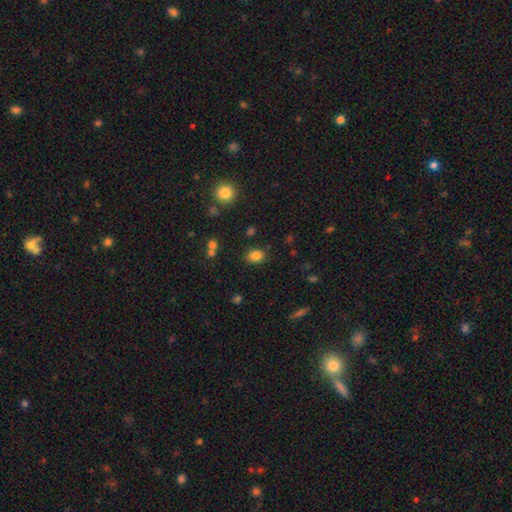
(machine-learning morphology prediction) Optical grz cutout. It shows a smooth galaxy with no disk features (83%) that is in between round and cigar-shaped (61%). Merging: none (83%).